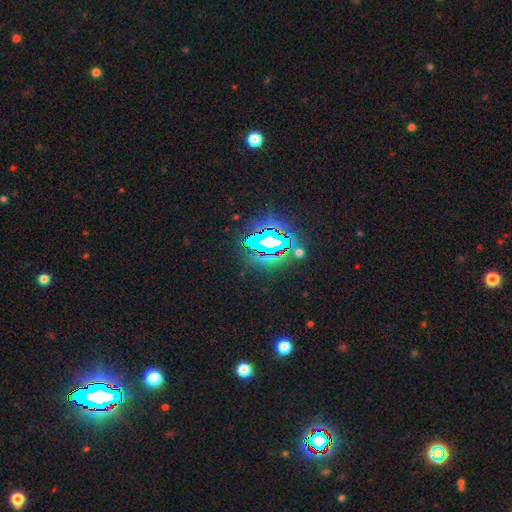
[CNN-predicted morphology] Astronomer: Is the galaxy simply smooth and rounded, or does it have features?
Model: star or artifact — 85%.